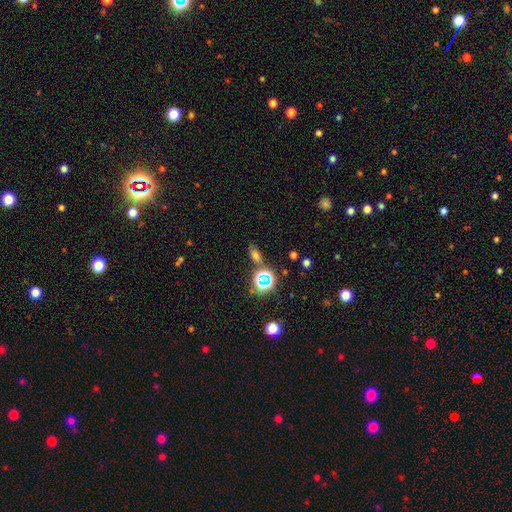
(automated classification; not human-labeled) Smooth or featured?
  - smooth: 55% *
  - star or artifact: 35%
  - featured or disk: 11%
How rounded?
  - in between: 75% *
  - round: 18%
  - cigar-shaped: 7%
Merging?
  - none: 70% *
  - minor disturbance: 15%
  - merger: 10%
  - major disturbance: 5%